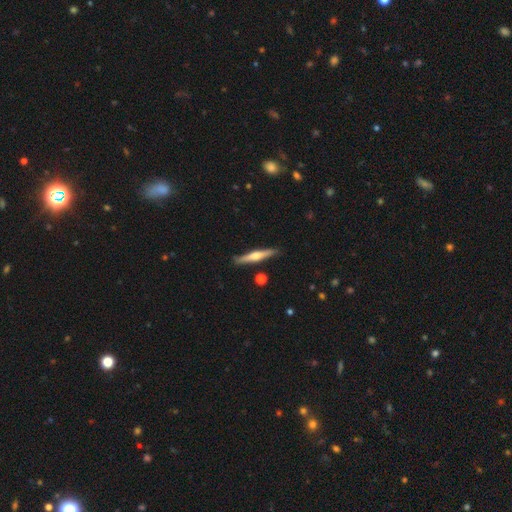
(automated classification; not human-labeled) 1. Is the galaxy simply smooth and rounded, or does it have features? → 62% featured or disk, 33% smooth, 5% star or artifact.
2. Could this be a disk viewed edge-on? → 97% yes, 3% no.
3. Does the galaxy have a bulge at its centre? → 87% rounded, 7% none, 5% boxy.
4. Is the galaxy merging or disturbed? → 88% none, 8% minor disturbance, 2% merger, 2% major disturbance.